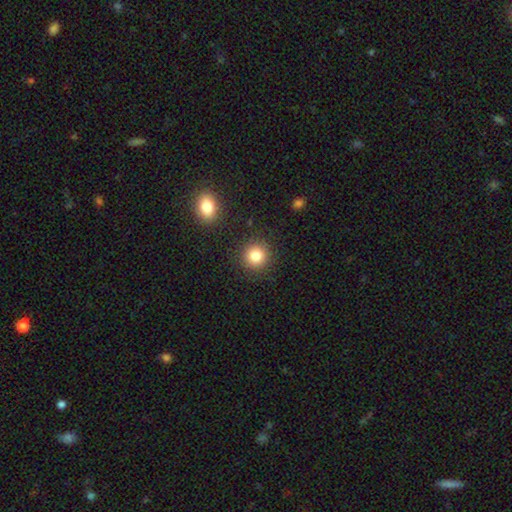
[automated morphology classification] Smooth or featured: smooth — 83% (star or artifact — 11%)
How rounded: round — 92% (in between — 7%)
Merging: none — 89% (minor disturbance — 6%)